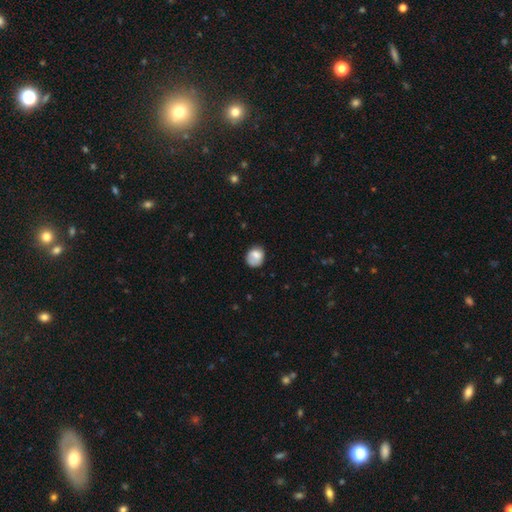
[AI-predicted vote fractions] A smooth galaxy with no disk features (74%) that is round (63%).

Vote fractions:
- Smooth or featured? smooth: 74% / featured or disk: 17% / star or artifact: 8%
- How rounded? round: 63% / in between: 36% / cigar-shaped: 1%
- Merging? none: 57% / minor disturbance: 27% / major disturbance: 12% / merger: 4%